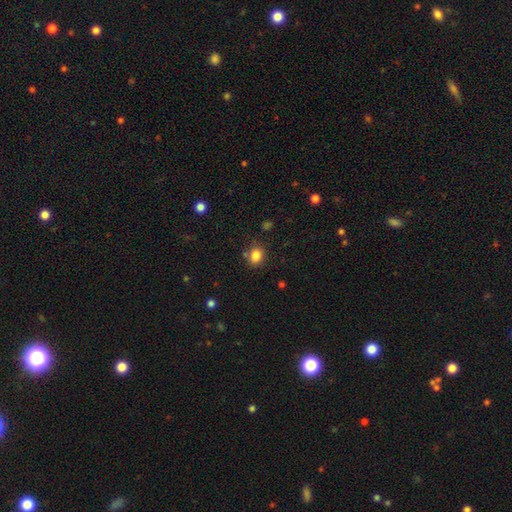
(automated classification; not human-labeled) This appears to be a smooth galaxy with no disk features (84%) that is round (65%). Merging: none (77%).